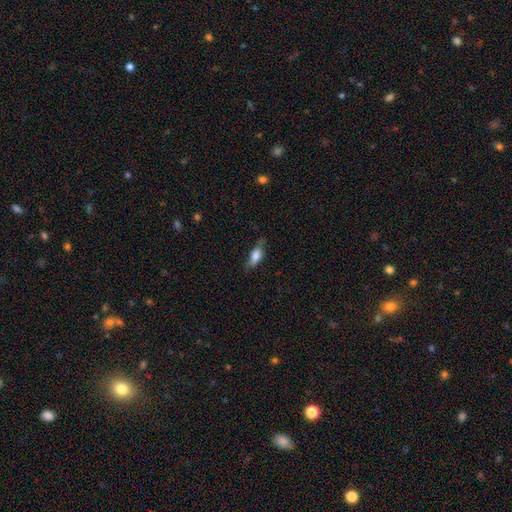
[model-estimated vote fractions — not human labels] Smooth or featured? Predicted: smooth (p=0.73). How rounded? Predicted: in between (p=0.77). Merging? Predicted: none (p=0.60).